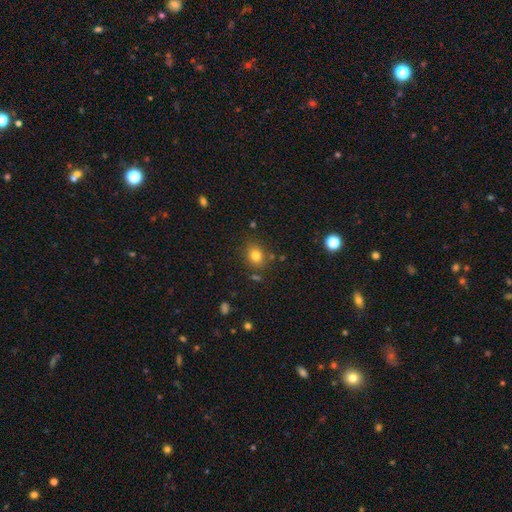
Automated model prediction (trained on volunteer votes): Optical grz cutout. It shows a smooth galaxy with no disk features (80%) that is round (62%). Merging: none (80%).